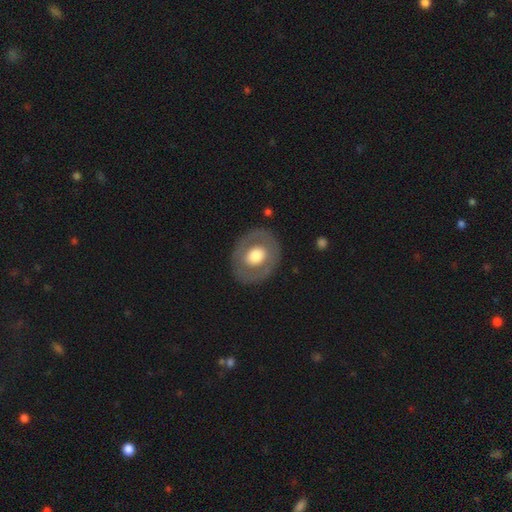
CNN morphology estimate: Overall: smooth (52%; featured or disk 42%). How rounded: round (58%; in between 41%). Merging: none (84%).